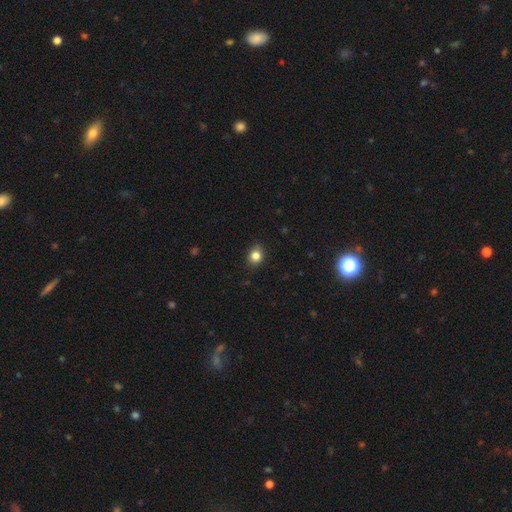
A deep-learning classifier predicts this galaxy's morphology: Overall: smooth (83%). How rounded: round (68%; in between 31%). Merging: none (83%).